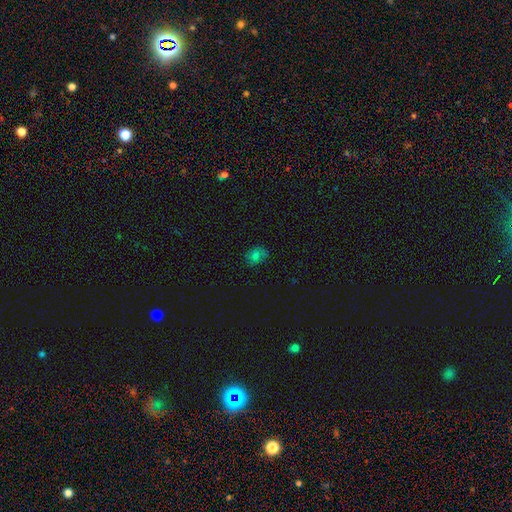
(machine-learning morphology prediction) The model was most divided on "how rounded": in between: 57%, round: 42%, cigar-shaped: 1%. More confident: merging — none (75%); smooth or featured — smooth (66%).